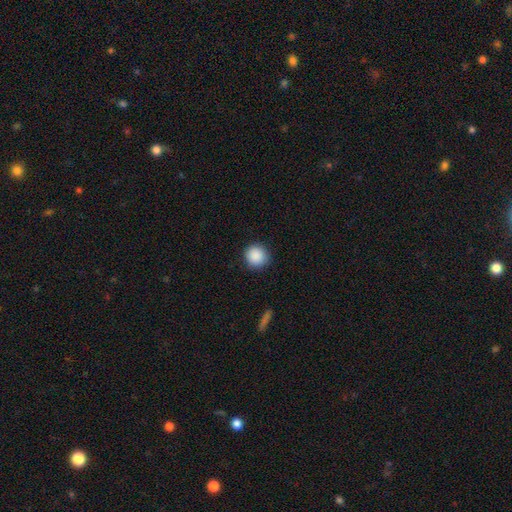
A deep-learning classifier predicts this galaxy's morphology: This appears to be a smooth galaxy with no disk features (89%) that is round (94%). Merging: none (90%).